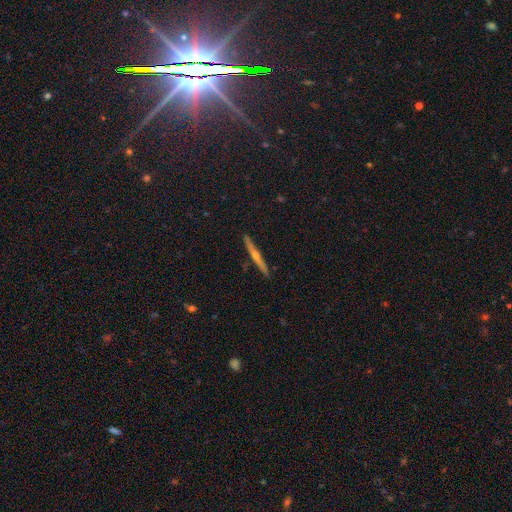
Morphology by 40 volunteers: This is likely a featured or disk galaxy (75%). It is clearly viewed edge-on (100%). Edge-on bulge: clearly rounded (90%). Merging: clearly none (85%).